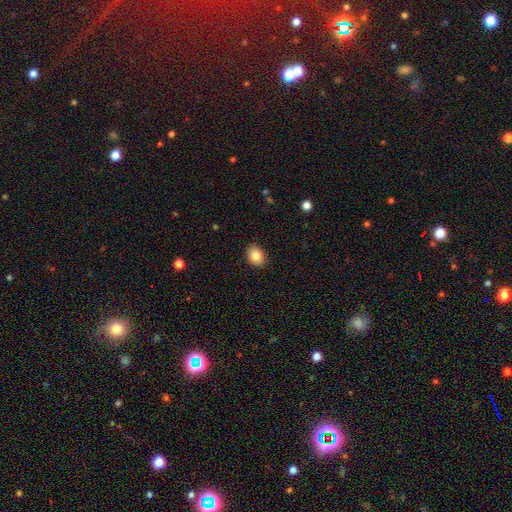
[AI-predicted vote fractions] Smooth or featured? smooth (85%)
How rounded? in between (63%)
Merging? none (86%)